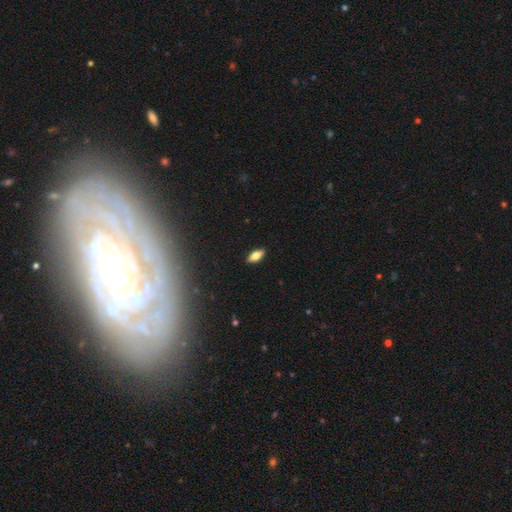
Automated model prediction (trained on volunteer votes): This is likely a smooth galaxy (64%). How rounded: likely in between (80%). Merging: clearly none (88%).